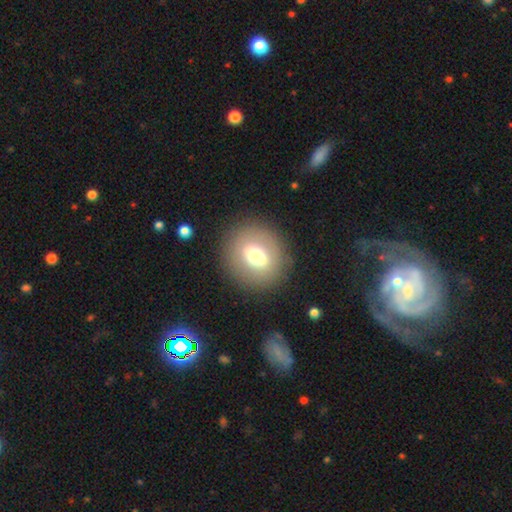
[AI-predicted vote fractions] Smooth or featured?
  - smooth: 58% *
  - featured or disk: 32%
  - star or artifact: 10%
How rounded?
  - round: 72% *
  - in between: 26%
  - cigar-shaped: 2%
Merging?
  - none: 87% *
  - minor disturbance: 8%
  - major disturbance: 4%
  - merger: 1%